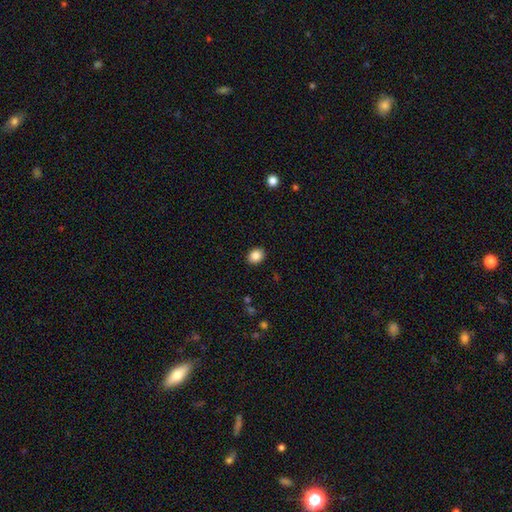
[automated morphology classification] This is clearly a smooth galaxy (87%). How rounded: possibly round (50%). Merging: clearly none (91%).